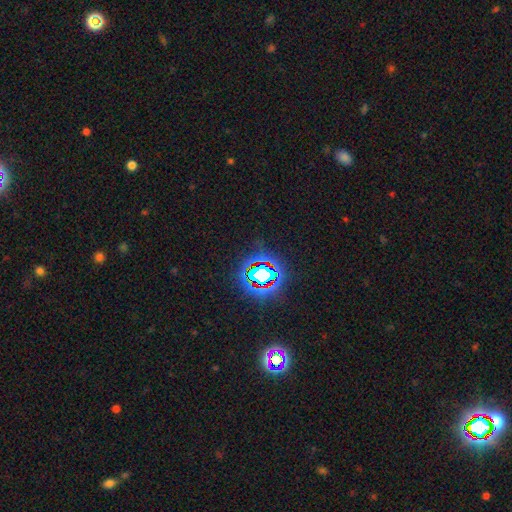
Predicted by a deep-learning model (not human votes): smooth-or-featured: star or artifact: 80% | smooth: 13% | featured or disk: 7%